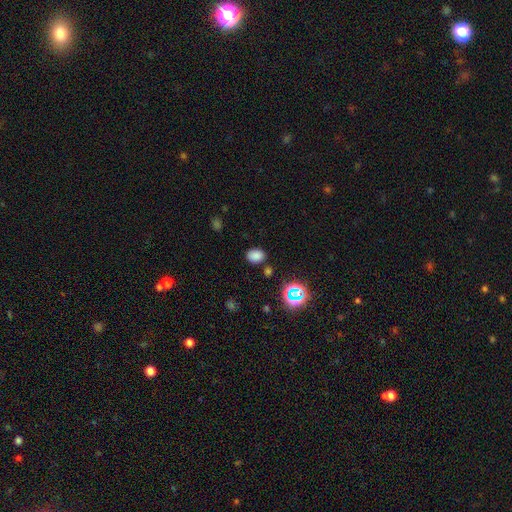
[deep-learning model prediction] Q: Smooth or featured?
A: smooth (77%); runner-up: star or artifact (17%)
Q: How rounded?
A: in between (68%); runner-up: round (31%)
Q: Merging?
A: none (81%); runner-up: minor disturbance (11%)